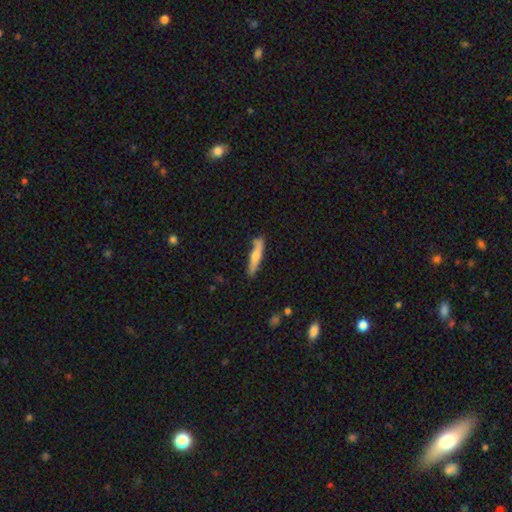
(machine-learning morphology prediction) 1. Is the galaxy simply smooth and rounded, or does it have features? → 52% smooth, 43% featured or disk, 5% star or artifact.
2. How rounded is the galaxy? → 90% cigar-shaped, 8% in between, 2% round.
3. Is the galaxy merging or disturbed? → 80% none, 15% minor disturbance, 3% major disturbance, 3% merger.